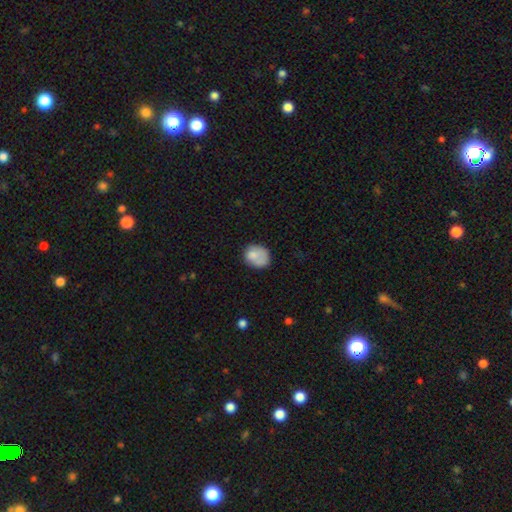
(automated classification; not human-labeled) Smooth or featured: smooth — 76% (featured or disk — 15%)
How rounded: round — 59% (in between — 40%)
Merging: none — 55% (minor disturbance — 27%)